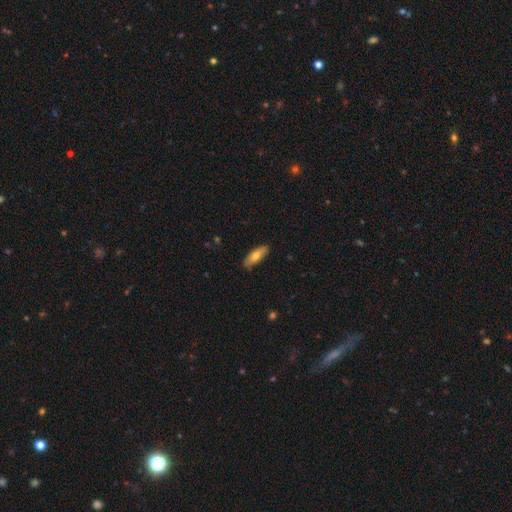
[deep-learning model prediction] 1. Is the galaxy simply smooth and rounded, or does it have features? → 66% smooth, 28% featured or disk, 6% star or artifact.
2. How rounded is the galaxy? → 55% in between, 42% cigar-shaped, 2% round.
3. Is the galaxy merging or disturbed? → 85% none, 12% minor disturbance, 2% major disturbance, 1% merger.